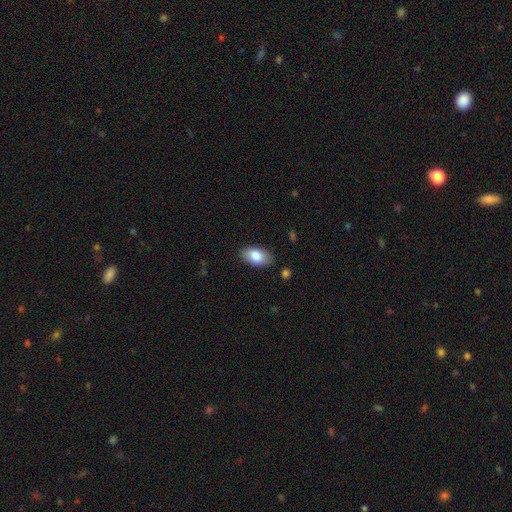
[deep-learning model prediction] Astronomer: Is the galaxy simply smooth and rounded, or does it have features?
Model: smooth — 84%.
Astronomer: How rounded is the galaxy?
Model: in between — 94%.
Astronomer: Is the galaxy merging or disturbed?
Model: none — 84%.